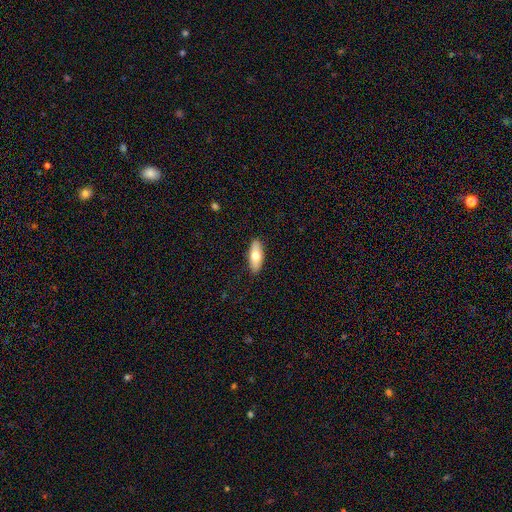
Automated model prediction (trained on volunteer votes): Smooth or featured?
  - smooth: 69% *
  - featured or disk: 26%
  - star or artifact: 6%
How rounded?
  - in between: 76% *
  - cigar-shaped: 21%
  - round: 3%
Merging?
  - none: 90% *
  - minor disturbance: 8%
  - major disturbance: 2%
  - merger: 1%